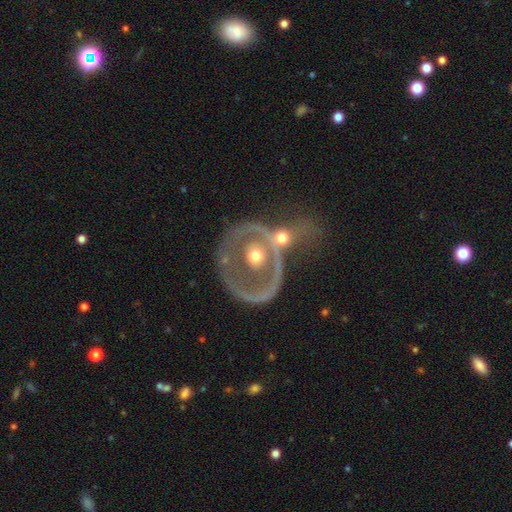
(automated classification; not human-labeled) smooth_or_featured: featured or disk (p=0.65) [alt: smooth p=0.28]
disk_edge_on: no (p=0.95) [alt: yes p=0.05]
bar: no (p=0.88) [alt: weak p=0.08]
has_spiral_arms: no (p=0.77) [alt: yes p=0.23]
bulge_size: moderate (p=0.70) [alt: small p=0.19]
merging: none (p=0.36) [alt: merger p=0.33]